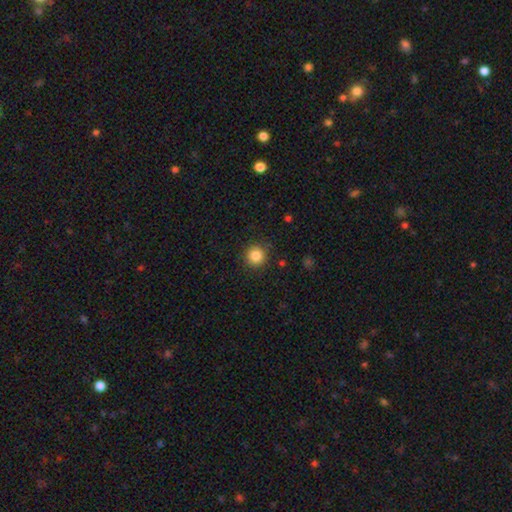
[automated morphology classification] Smooth or featured? smooth (85%)
How rounded? round (94%)
Merging? none (90%)